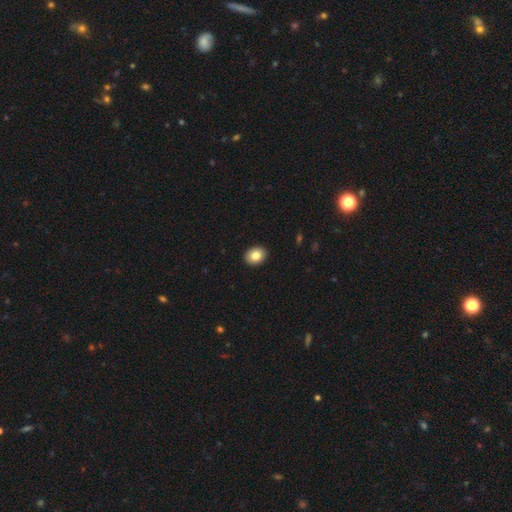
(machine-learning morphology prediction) This appears to be a smooth galaxy with no disk features (83%) that is in between round and cigar-shaped (60%). Merging: none (92%).